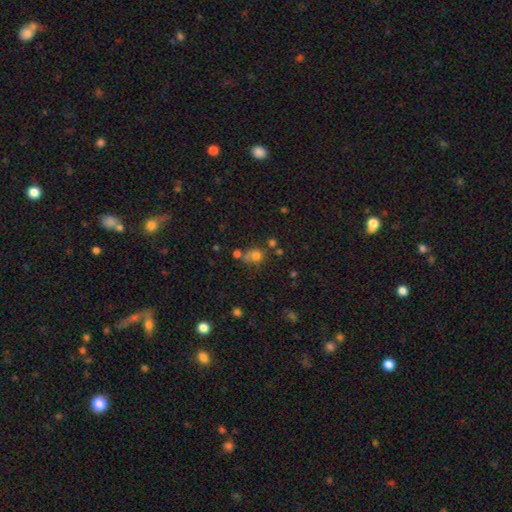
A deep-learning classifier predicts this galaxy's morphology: This is likely a smooth galaxy (71%). How rounded: likely round (76%). Merging: possibly none (48%).